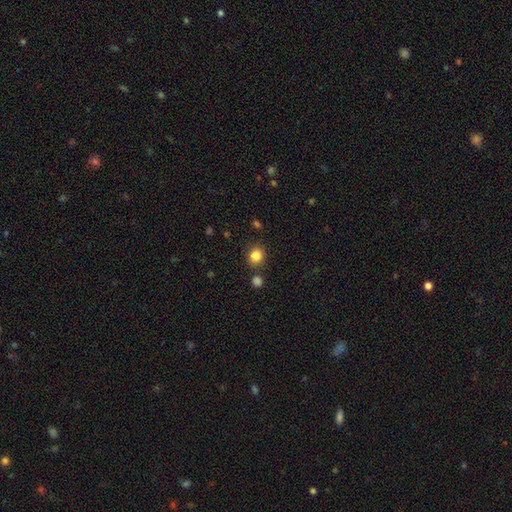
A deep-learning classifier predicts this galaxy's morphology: Smooth or featured: smooth — 85% (star or artifact — 11%)
How rounded: round — 78% (in between — 22%)
Merging: none — 81% (minor disturbance — 9%)